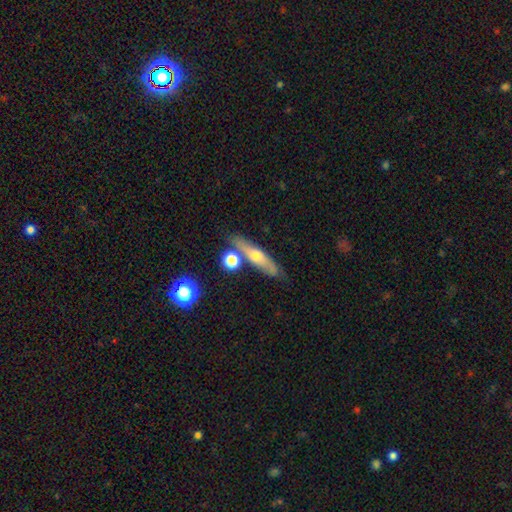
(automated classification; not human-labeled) Smooth or featured?
  - featured or disk: 49% *
  - smooth: 43%
  - star or artifact: 9%
Merging?
  - none: 73% *
  - minor disturbance: 13%
  - merger: 11%
  - major disturbance: 4%